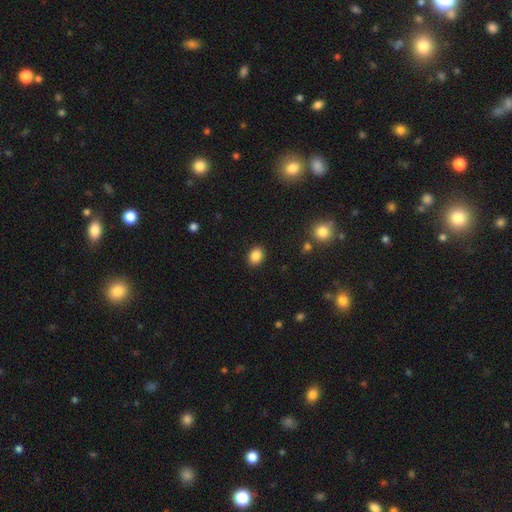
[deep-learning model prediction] Smooth or featured? Predicted: smooth (p=0.86). How rounded? Predicted: in between (p=0.59). Merging? Predicted: none (p=0.90).